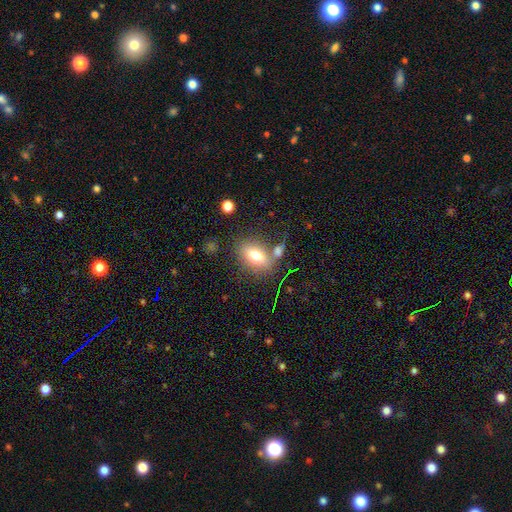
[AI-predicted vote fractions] smooth-or-featured: smooth: 73% | featured or disk: 17% | star or artifact: 10%
  how-rounded: in between: 83% | round: 13% | cigar-shaped: 4%
  merging: none: 64% | merger: 16% | minor disturbance: 14% | major disturbance: 6%